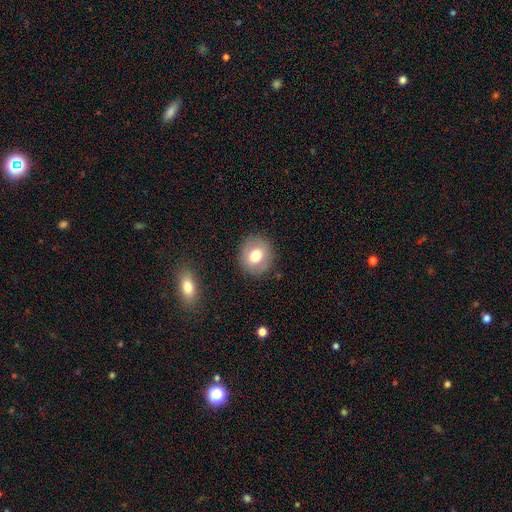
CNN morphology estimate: Smooth or featured?
  - smooth: 72% *
  - featured or disk: 20%
  - star or artifact: 9%
How rounded?
  - round: 79% *
  - in between: 20%
  - cigar-shaped: 1%
Merging?
  - none: 87% *
  - minor disturbance: 8%
  - major disturbance: 3%
  - merger: 1%